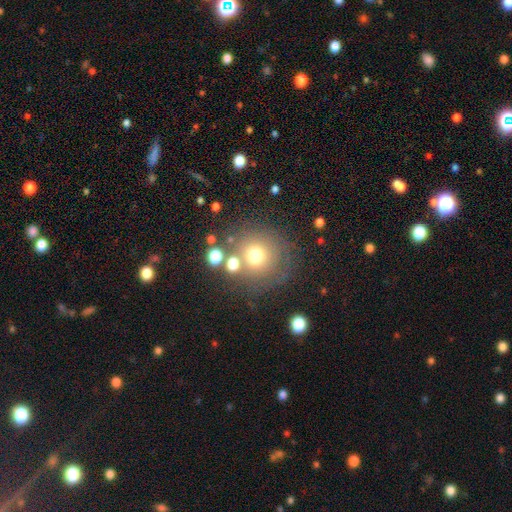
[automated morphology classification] smooth_or_featured: smooth (p=0.68) [alt: star or artifact p=0.17]
how_rounded: round (p=0.92) [alt: in between p=0.07]
merging: none (p=0.70) [alt: minor disturbance p=0.12]